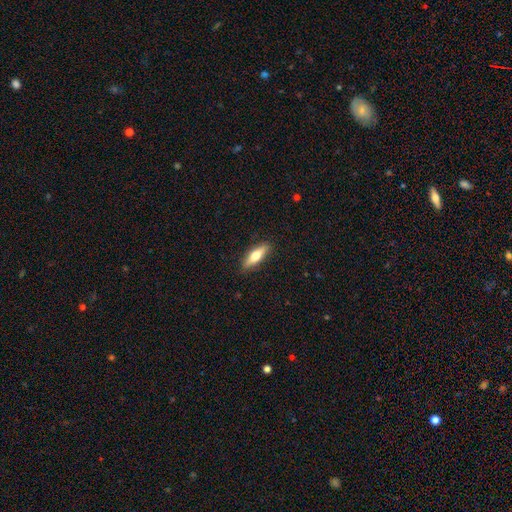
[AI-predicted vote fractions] smooth 57%, featured or disk 37%, star or artifact 6%. Down the decision tree: how rounded — cigar-shaped (56%); merging — none (88%).